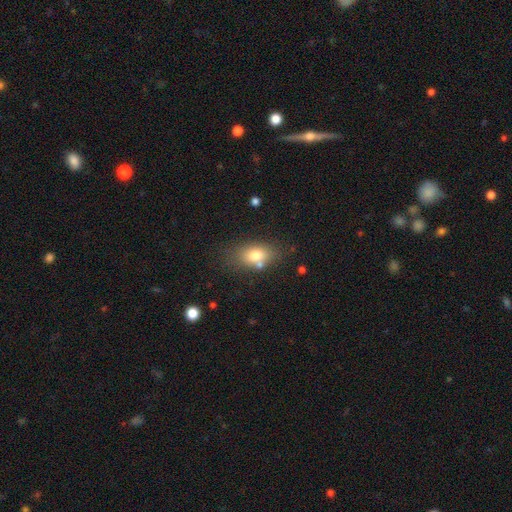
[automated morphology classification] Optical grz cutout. It shows a smooth galaxy with no disk features (75%) that is in between round and cigar-shaped (81%). Merging: none (66%).